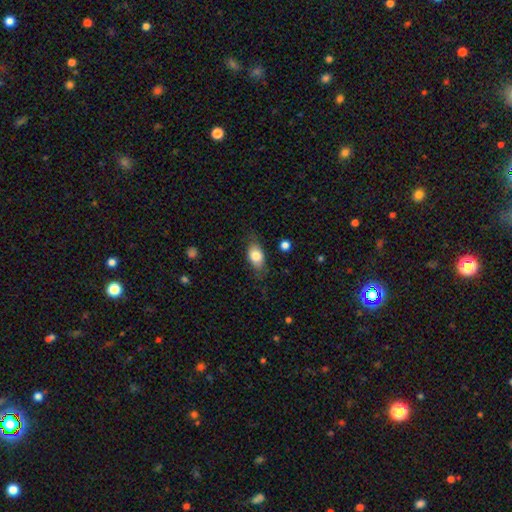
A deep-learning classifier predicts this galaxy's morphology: type=smooth (78%); roundness=in between (85%); merging=none (73%).